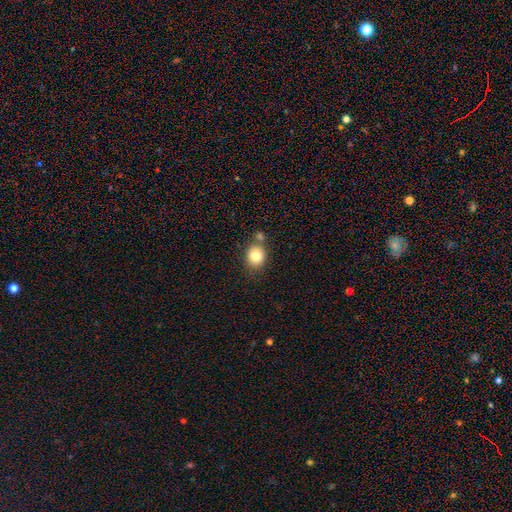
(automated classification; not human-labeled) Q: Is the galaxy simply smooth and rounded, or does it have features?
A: smooth — 81%.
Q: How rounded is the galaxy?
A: round — 67%.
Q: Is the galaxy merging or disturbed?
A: none — 65%.